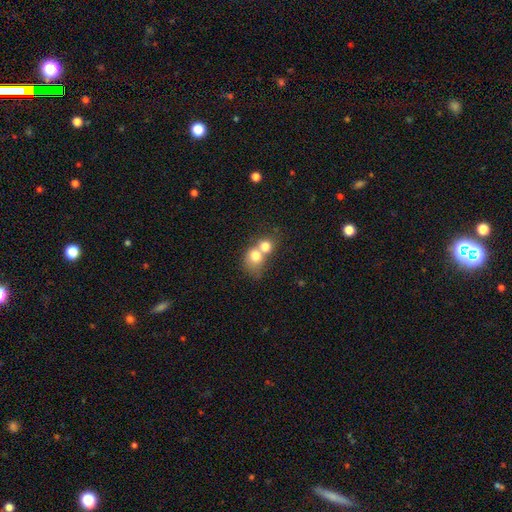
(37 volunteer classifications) Smooth or featured?
  - smooth: 84% *
  - featured or disk: 14%
  - star or artifact: 3%
How rounded?
  - round: 58% *
  - in between: 42%
  - cigar-shaped: 0%
Merging?
  - merger: 83% *
  - none: 8%
  - minor disturbance: 6%
  - major disturbance: 3%